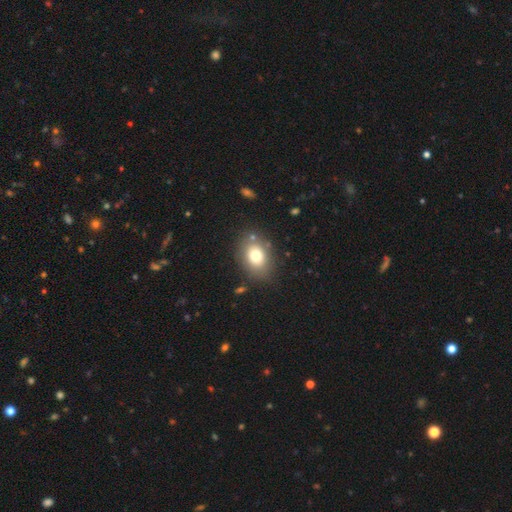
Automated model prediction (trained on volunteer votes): Smooth or featured?
  - smooth: 75% *
  - featured or disk: 14%
  - star or artifact: 10%
How rounded?
  - in between: 69% *
  - round: 30%
  - cigar-shaped: 1%
Merging?
  - none: 79% *
  - minor disturbance: 12%
  - merger: 5%
  - major disturbance: 4%